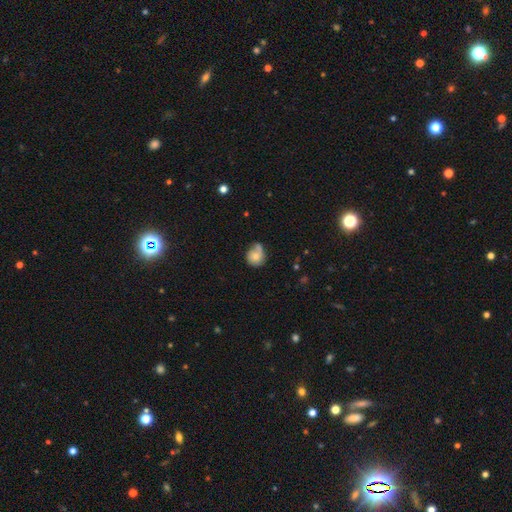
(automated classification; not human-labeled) Overall: smooth (64%; featured or disk 27%). How rounded: round (70%). Merging: none (44%; minor disturbance 27%).